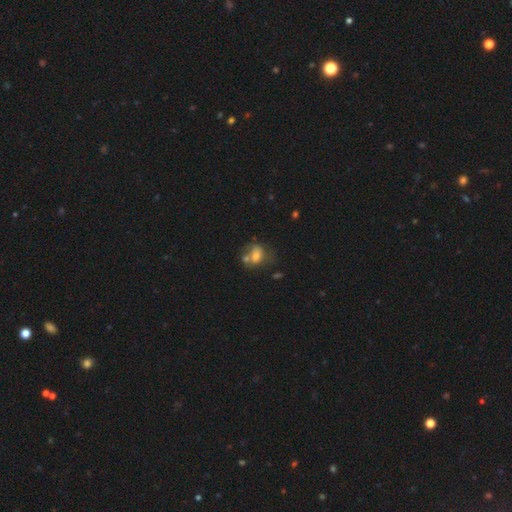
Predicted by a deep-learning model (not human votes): This appears to be a smooth galaxy with no disk features (63%) that is in between round and cigar-shaped (56%). Merging: none (38%).